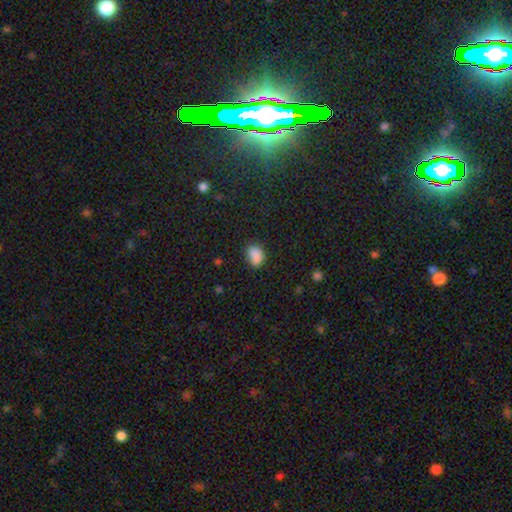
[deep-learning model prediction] Morphology: type=smooth (86%); roundness=in between (76%); merging=none (70%).